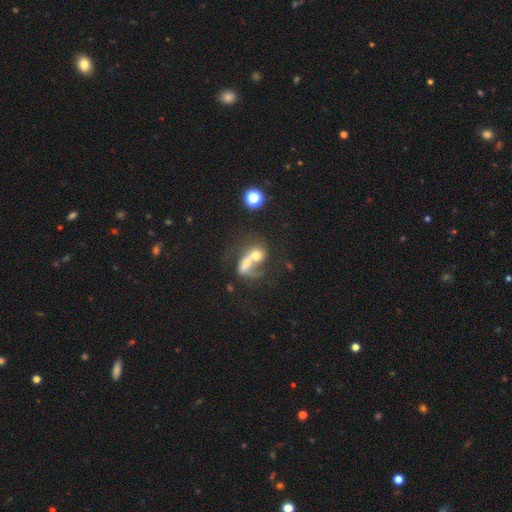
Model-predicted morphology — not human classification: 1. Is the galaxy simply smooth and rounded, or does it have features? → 49% smooth, 40% featured or disk, 11% star or artifact.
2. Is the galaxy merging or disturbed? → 75% merger, 11% none, 9% major disturbance, 5% minor disturbance.